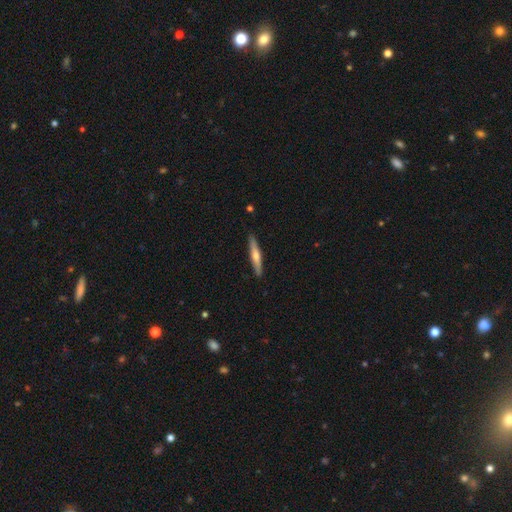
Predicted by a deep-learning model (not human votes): Smooth or featured?
  - smooth: 49% *
  - featured or disk: 46%
  - star or artifact: 5%
Merging?
  - none: 90% *
  - minor disturbance: 7%
  - major disturbance: 1%
  - merger: 1%